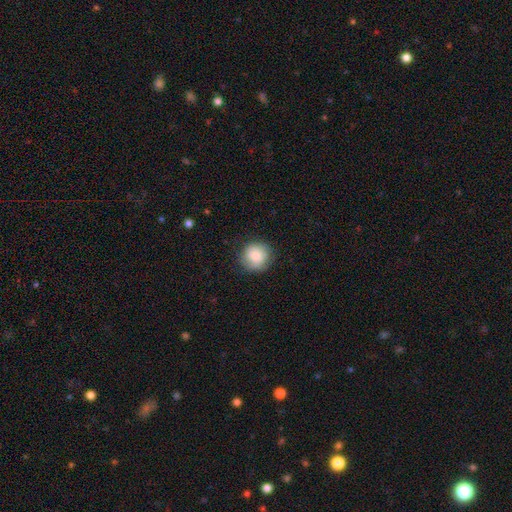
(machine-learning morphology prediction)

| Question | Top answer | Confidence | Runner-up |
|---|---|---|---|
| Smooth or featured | smooth | 78% | featured or disk (15%) |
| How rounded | round | 91% | in between (8%) |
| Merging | none | 81% | minor disturbance (14%) |